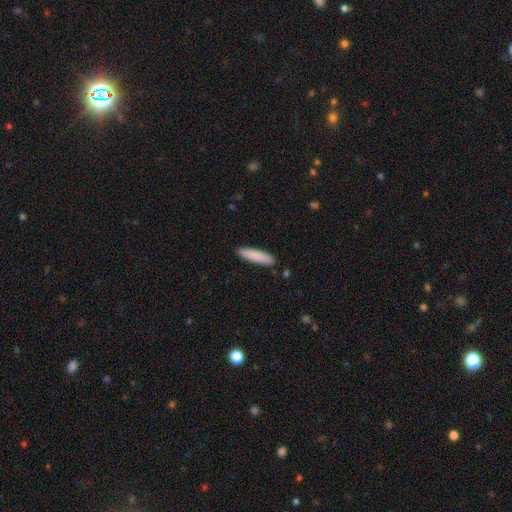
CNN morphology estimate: A smooth galaxy with no disk features (86%) that is cigar-shaped (75%). Merging: none (89%).